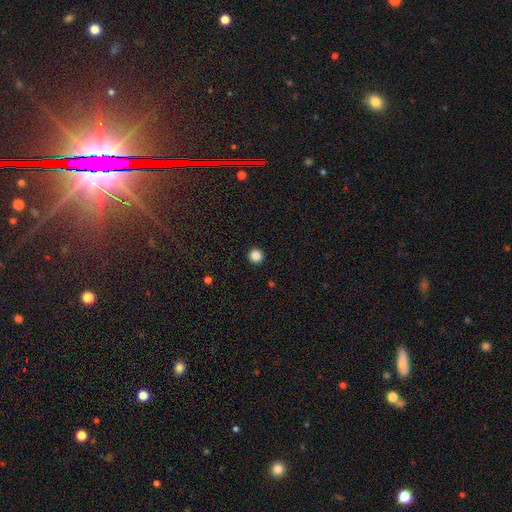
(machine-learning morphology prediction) type=smooth (86%); roundness=round (96%); merging=none (94%).